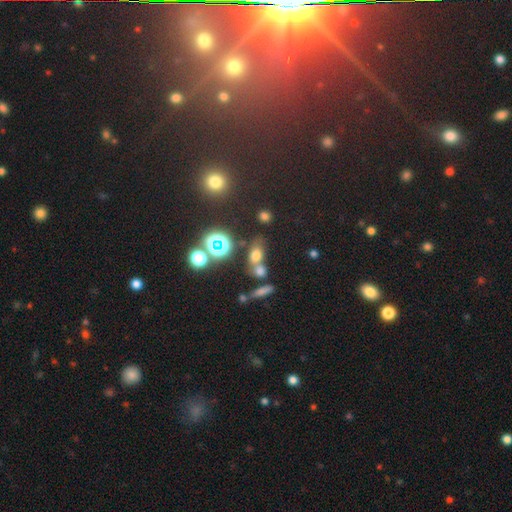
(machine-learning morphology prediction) Smooth or featured? smooth (60%)
How rounded? in between (64%)
Merging? none (48%)